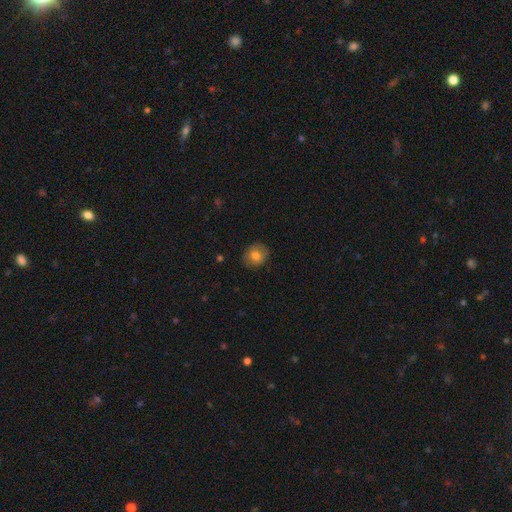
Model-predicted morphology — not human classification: type=smooth (78%); roundness=round (76%); merging=none (86%).